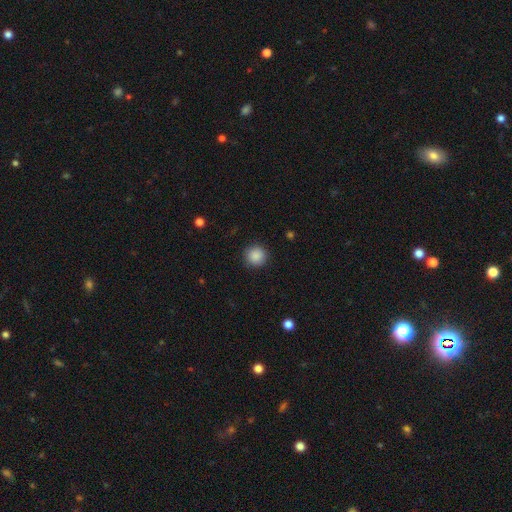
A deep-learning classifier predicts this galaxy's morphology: A smooth galaxy with no disk features (88%) that is round (95%). Merging: none (91%).